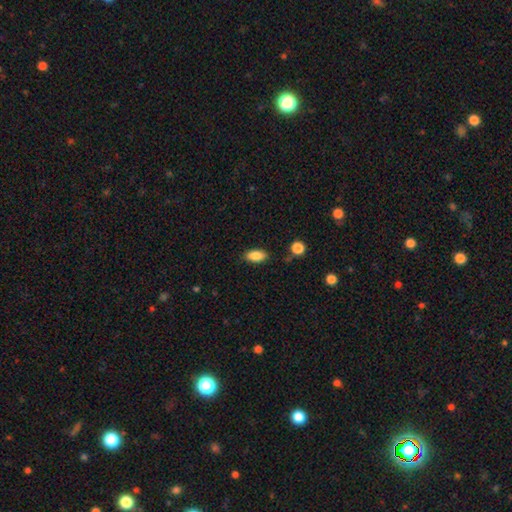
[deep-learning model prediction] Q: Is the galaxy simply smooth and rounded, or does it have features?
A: smooth — 86%.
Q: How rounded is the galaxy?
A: in between — 89%.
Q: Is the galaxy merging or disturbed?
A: none — 84%.